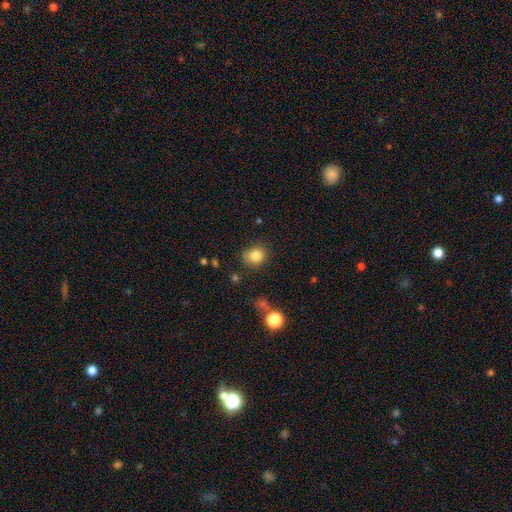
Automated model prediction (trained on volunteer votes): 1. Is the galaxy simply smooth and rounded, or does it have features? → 83% smooth, 11% star or artifact, 6% featured or disk.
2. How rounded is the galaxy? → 74% round, 25% in between, 1% cigar-shaped.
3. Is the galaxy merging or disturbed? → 72% none, 19% minor disturbance, 5% major disturbance, 3% merger.